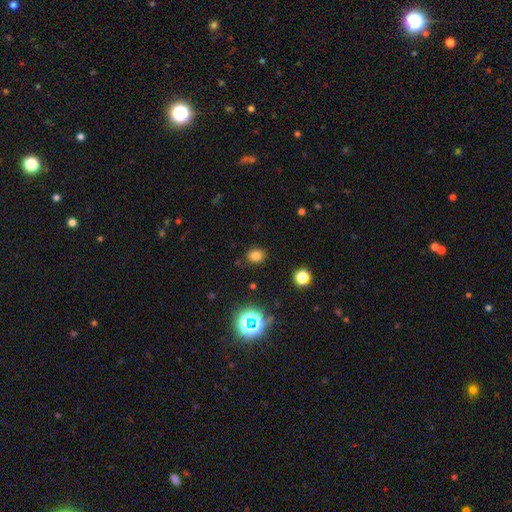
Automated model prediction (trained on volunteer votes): A smooth galaxy with no disk features (75%) that is round (56%).

Vote fractions:
- Smooth or featured? smooth: 75% / star or artifact: 19% / featured or disk: 7%
- How rounded? round: 56% / in between: 43% / cigar-shaped: 1%
- Merging? none: 86% / minor disturbance: 9% / major disturbance: 3% / merger: 2%